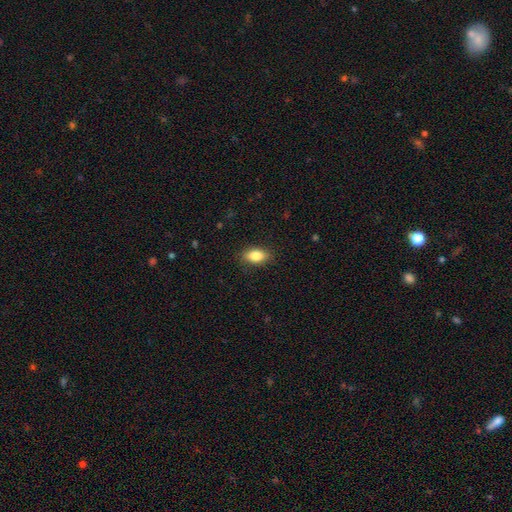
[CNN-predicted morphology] Smooth or featured: smooth — 84% (featured or disk — 8%)
How rounded: in between — 88% (round — 7%)
Merging: none — 87% (minor disturbance — 10%)